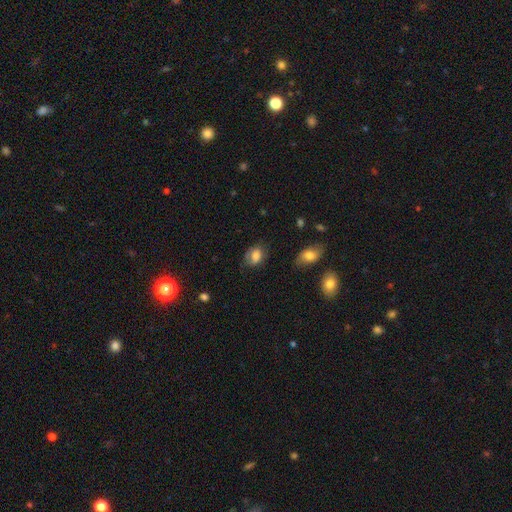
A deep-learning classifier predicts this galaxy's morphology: This is likely a smooth galaxy (74%). How rounded: likely in between (73%). Merging: possibly none (60%).